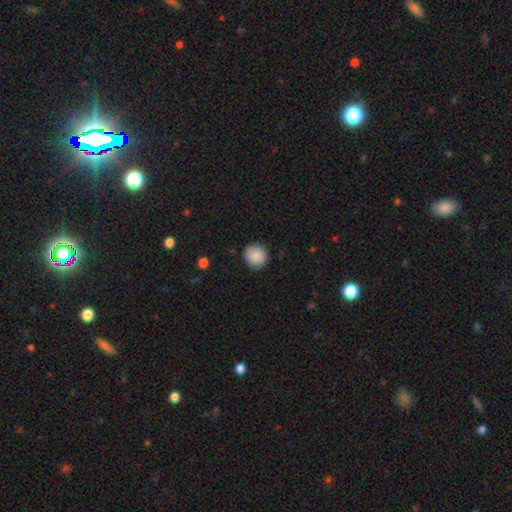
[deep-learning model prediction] Morphology: type=smooth (89%); roundness=round (91%); merging=none (89%).